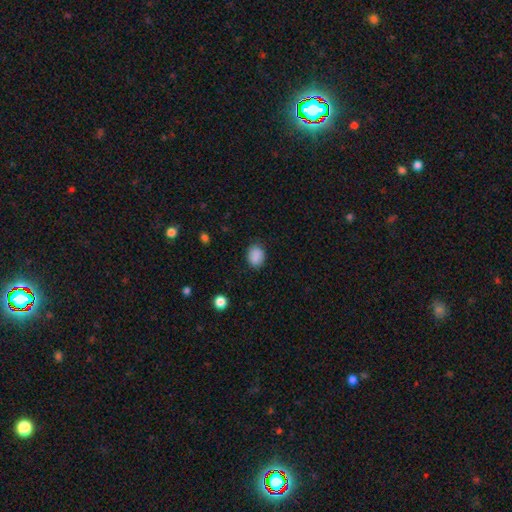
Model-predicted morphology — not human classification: A smooth galaxy with no disk features (88%) that is in between round and cigar-shaped (54%).

Vote fractions:
- Smooth or featured? smooth: 88% / star or artifact: 9% / featured or disk: 4%
- How rounded? in between: 54% / round: 46% / cigar-shaped: 1%
- Merging? none: 82% / minor disturbance: 14% / major disturbance: 3% / merger: 1%